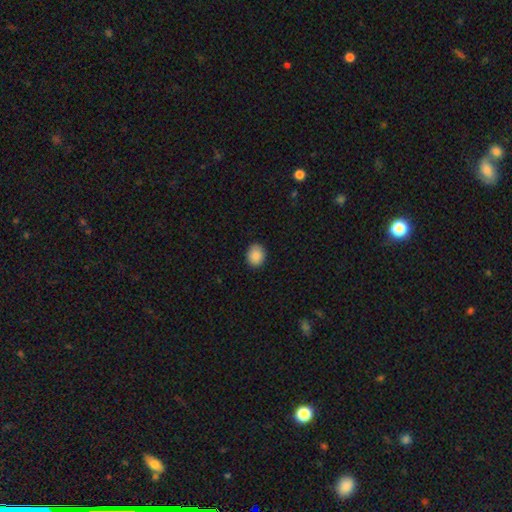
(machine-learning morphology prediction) The model was most divided on "how rounded": round: 62%, in between: 37%, cigar-shaped: 1%. More confident: smooth or featured — smooth (88%); merging — none (88%).